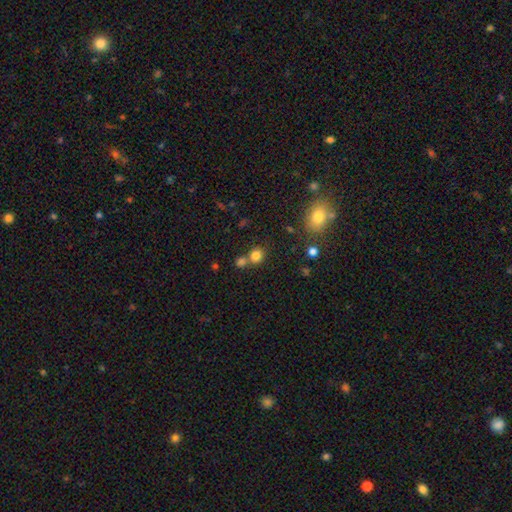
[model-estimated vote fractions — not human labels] A smooth galaxy with no disk features (80%) that is round (76%).

Vote fractions:
- Smooth or featured? smooth: 80% / star or artifact: 14% / featured or disk: 6%
- How rounded? round: 76% / in between: 23% / cigar-shaped: 1%
- Merging? none: 59% / merger: 29% / minor disturbance: 9% / major disturbance: 3%